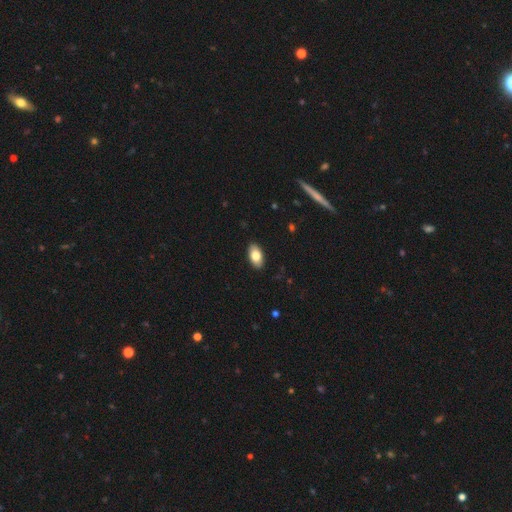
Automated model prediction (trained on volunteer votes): This appears to be a smooth galaxy with no disk features (81%) that is in between round and cigar-shaped (93%). Merging: none (90%).